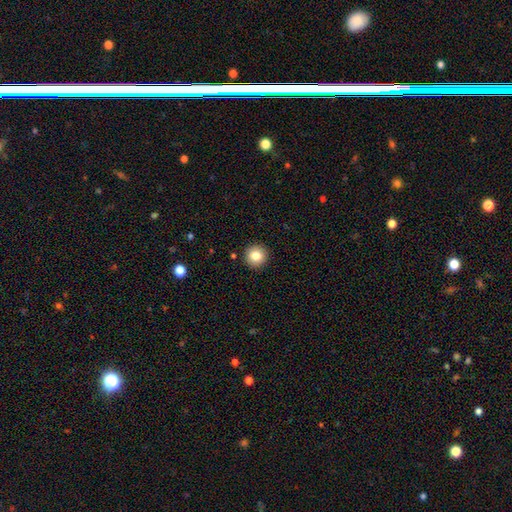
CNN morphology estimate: Q: Smooth or featured?
A: smooth (83%); runner-up: star or artifact (10%)
Q: How rounded?
A: round (95%); runner-up: in between (4%)
Q: Merging?
A: none (92%); runner-up: minor disturbance (5%)